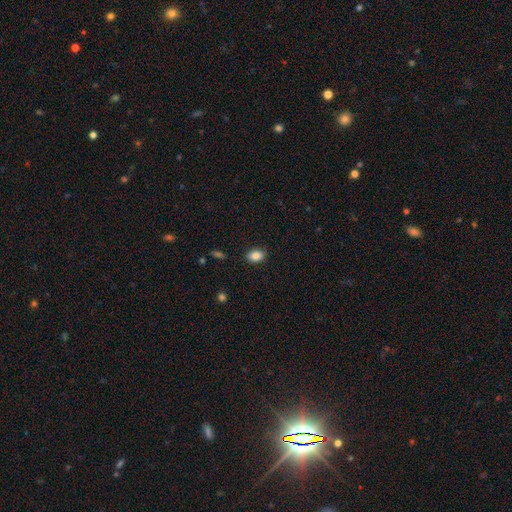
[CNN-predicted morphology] Overall: smooth (86%). How rounded: in between (80%). Merging: none (88%).